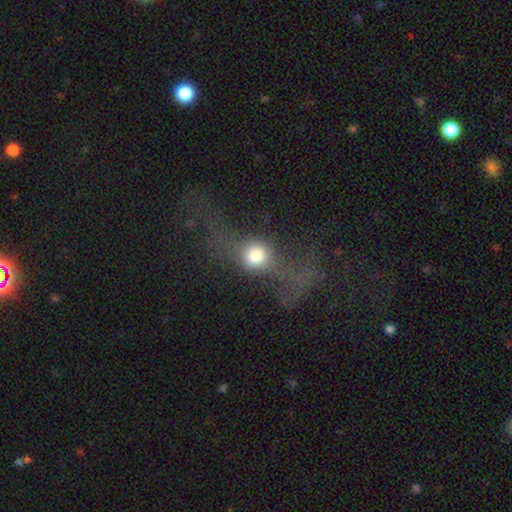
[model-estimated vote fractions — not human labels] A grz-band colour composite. It shows a smooth galaxy with no disk features (60%) that is round (66%). Merging: none (38%).